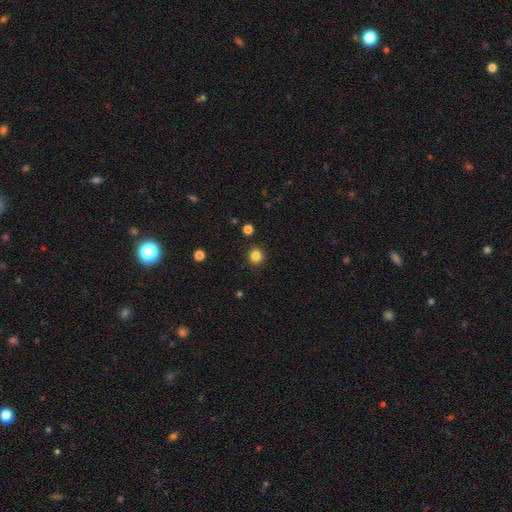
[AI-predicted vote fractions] Smooth or featured: smooth — 84% (star or artifact — 12%)
How rounded: round — 92% (in between — 7%)
Merging: none — 91% (minor disturbance — 5%)